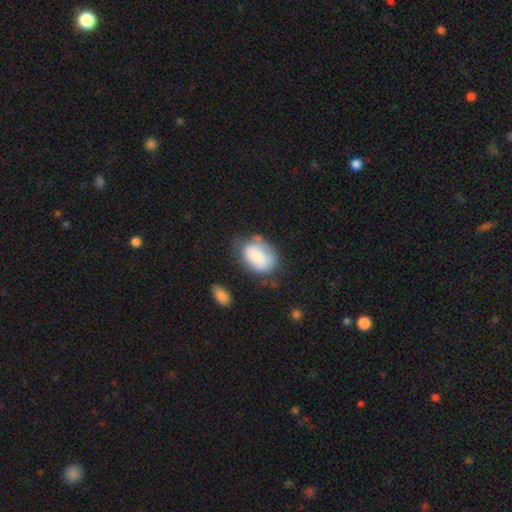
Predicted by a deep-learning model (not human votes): Q: Smooth or featured?
A: smooth (71%); runner-up: featured or disk (22%)
Q: How rounded?
A: in between (80%); runner-up: round (19%)
Q: Merging?
A: none (47%); runner-up: minor disturbance (32%)